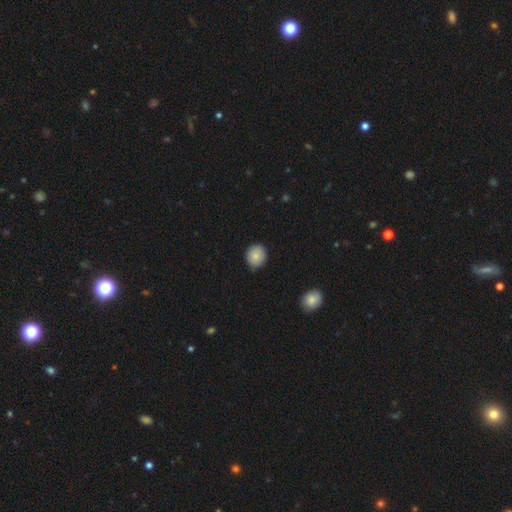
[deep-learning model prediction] This appears to be a smooth galaxy with no disk features (84%) that is round (82%). Merging: none (85%).